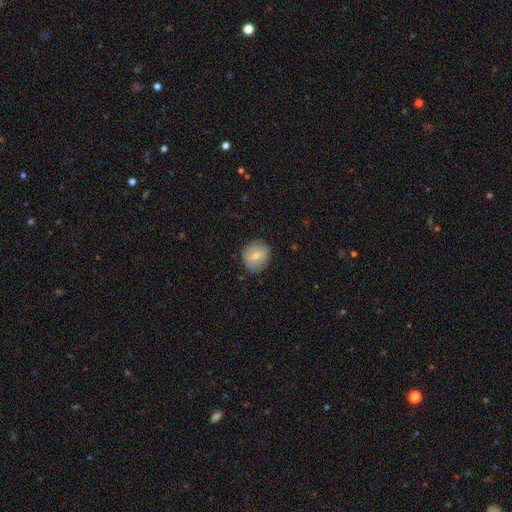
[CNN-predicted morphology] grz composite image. It shows a smooth galaxy with no disk features (60%) that is round (79%). Merging: none (80%).